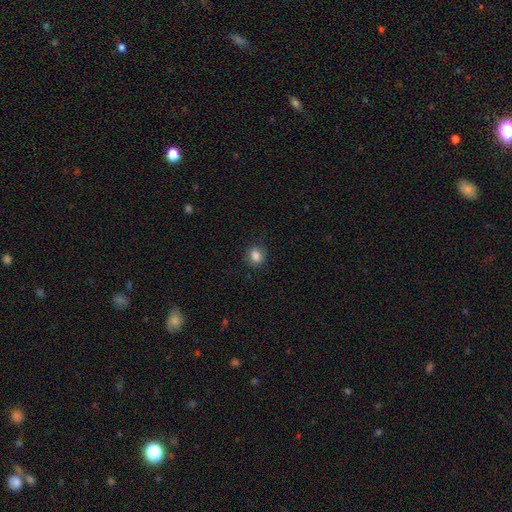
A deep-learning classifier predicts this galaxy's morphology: This is clearly a smooth galaxy (84%). How rounded: possibly in between (50%). Merging: likely none (79%).